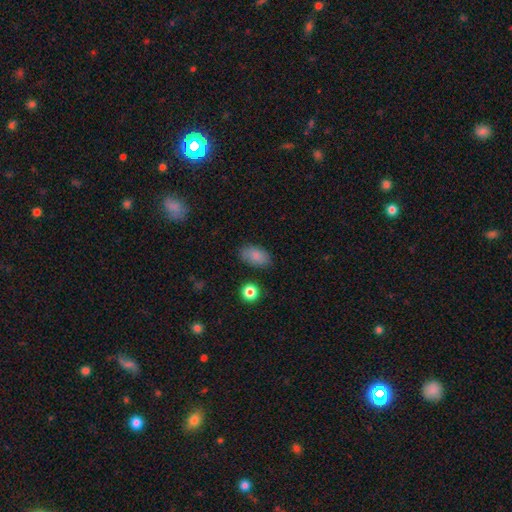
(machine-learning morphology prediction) This is clearly a smooth galaxy (85%). How rounded: clearly in between (91%). Merging: clearly none (81%).